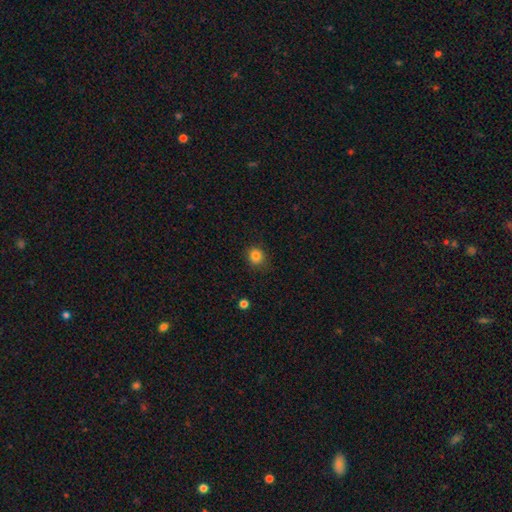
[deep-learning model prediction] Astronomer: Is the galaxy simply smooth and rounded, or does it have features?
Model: smooth — 83%.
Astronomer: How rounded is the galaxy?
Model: round — 85%.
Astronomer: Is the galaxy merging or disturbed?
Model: none — 86%.